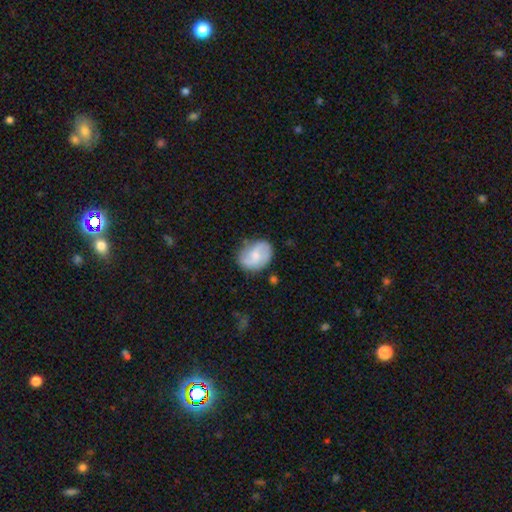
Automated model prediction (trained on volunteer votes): This appears to be a featured or disk galaxy (47%). Merging: none (68%).